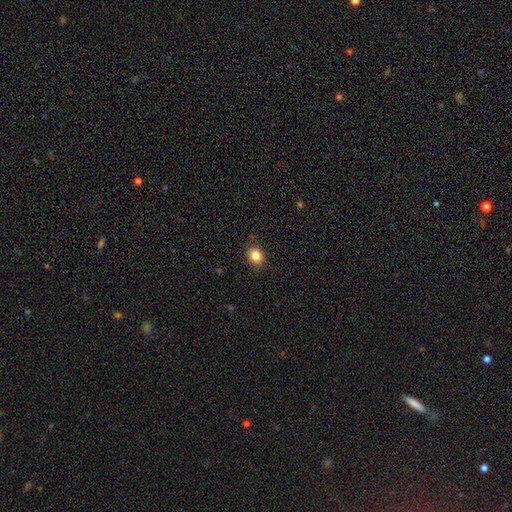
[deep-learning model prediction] This appears to be a smooth galaxy with no disk features (83%) that is round (54%). Merging: none (85%).